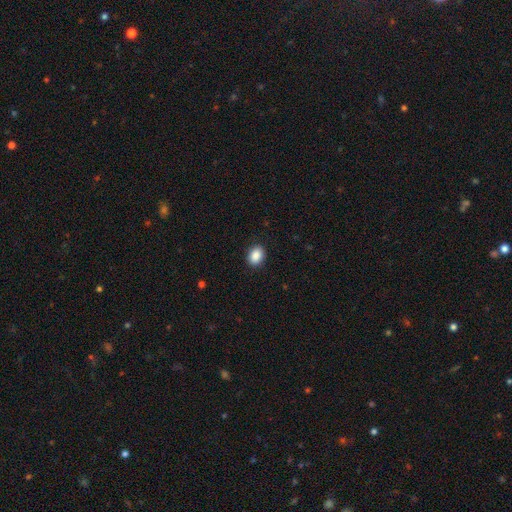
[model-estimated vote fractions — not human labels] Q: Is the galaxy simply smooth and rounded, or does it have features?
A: smooth — 89%.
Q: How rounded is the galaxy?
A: in between — 64%.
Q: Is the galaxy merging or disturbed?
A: none — 90%.